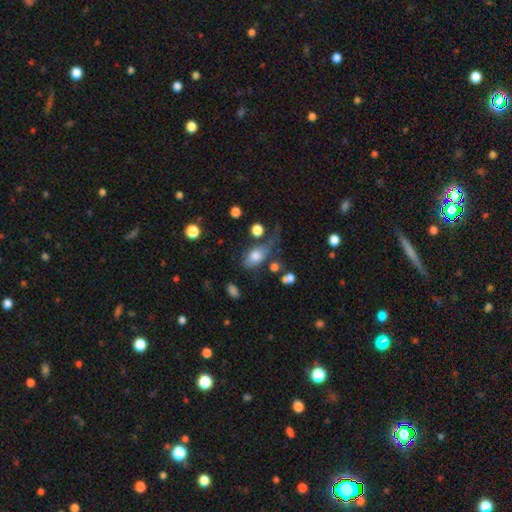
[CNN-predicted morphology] smooth 74%, featured or disk 17%, star or artifact 9%. Down the decision tree: how rounded — in between (85%); merging — none (36%).